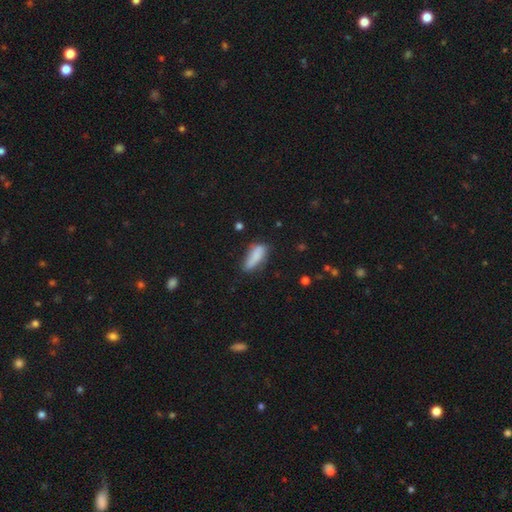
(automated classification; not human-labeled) smooth 80%, featured or disk 13%, star or artifact 7%. Down the decision tree: how rounded — in between (60%); merging — none (58%).